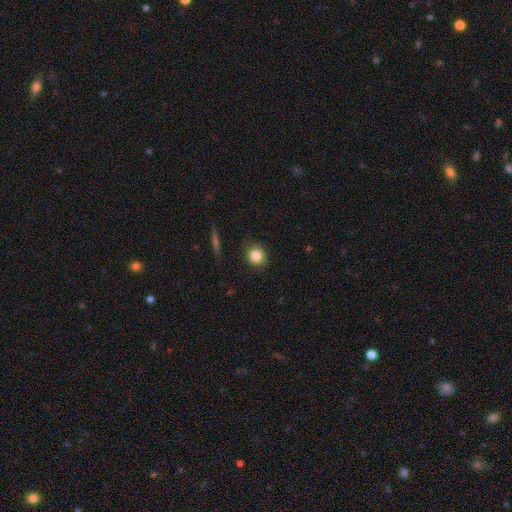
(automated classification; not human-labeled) smooth 84%, star or artifact 9%, featured or disk 7%. Down the decision tree: how rounded — round (78%); merging — none (84%).